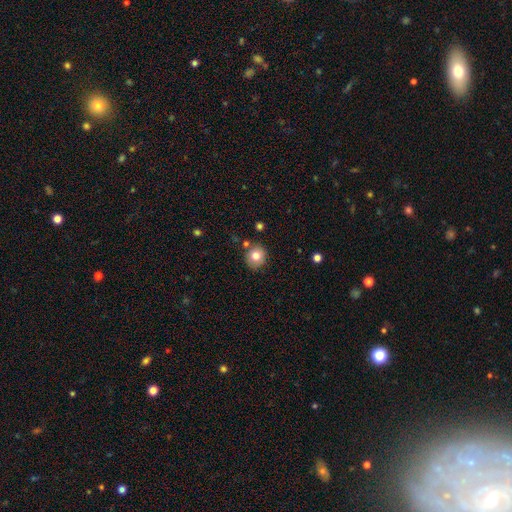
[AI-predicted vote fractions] Smooth or featured?
  - smooth: 79% *
  - star or artifact: 10%
  - featured or disk: 10%
How rounded?
  - round: 86% *
  - in between: 13%
  - cigar-shaped: 1%
Merging?
  - none: 82% *
  - minor disturbance: 10%
  - merger: 6%
  - major disturbance: 2%